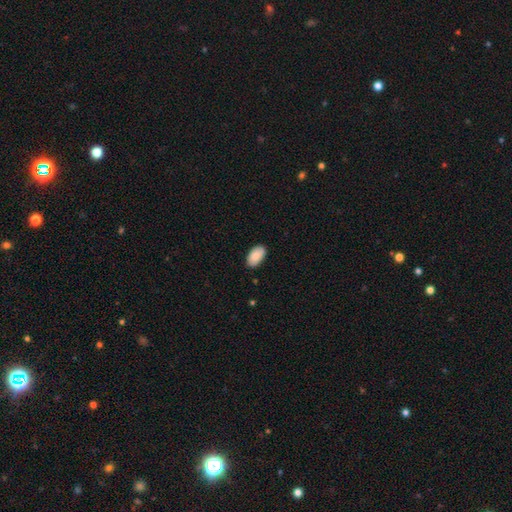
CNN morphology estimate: This is clearly a smooth galaxy (89%). How rounded: clearly in between (95%). Merging: clearly none (86%).